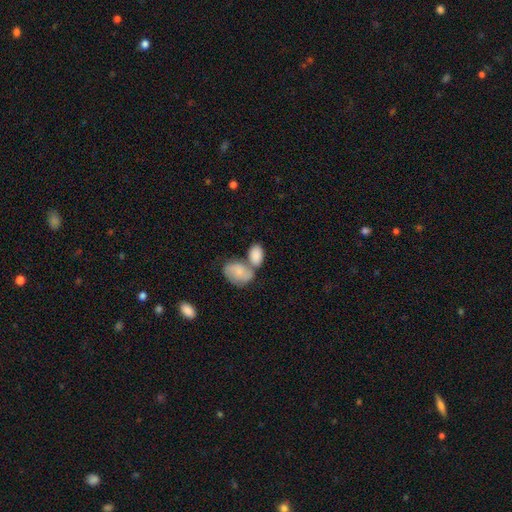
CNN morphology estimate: Q: Smooth or featured?
A: smooth (82%); runner-up: featured or disk (13%)
Q: How rounded?
A: in between (90%); runner-up: round (8%)
Q: Merging?
A: merger (55%); runner-up: none (30%)